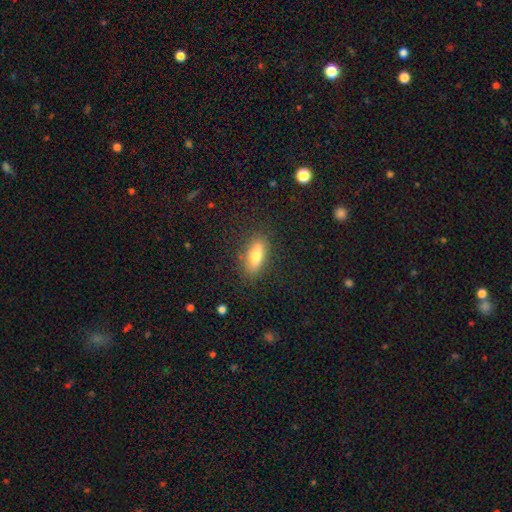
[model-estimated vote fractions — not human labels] Smooth or featured? Predicted: smooth (p=0.71). How rounded? Predicted: in between (p=0.67). Merging? Predicted: none (p=0.84).